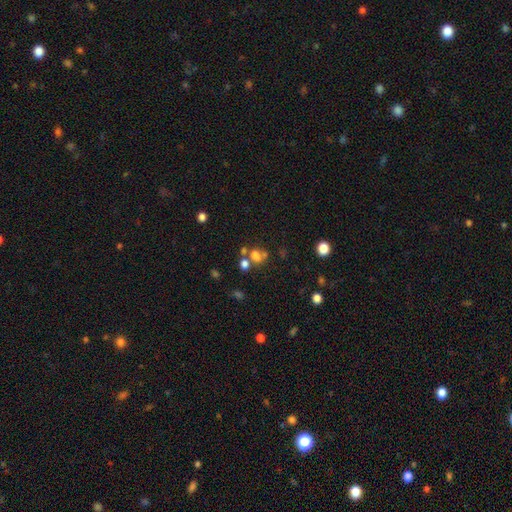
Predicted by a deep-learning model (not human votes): smooth 63%, star or artifact 22%, featured or disk 16%. Down the decision tree: how rounded — round (55%); merging — none (41%).